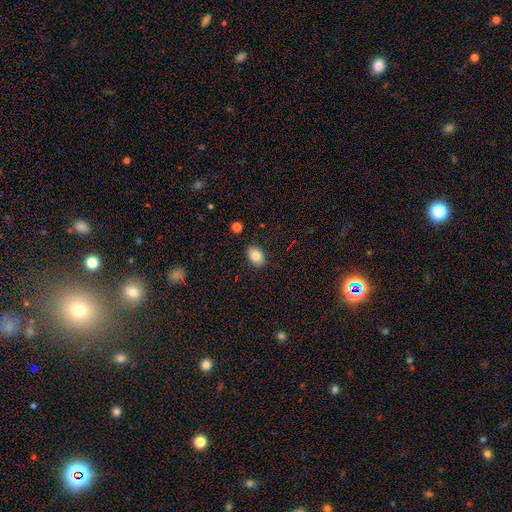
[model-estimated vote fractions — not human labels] Smooth or featured: smooth — 84% (star or artifact — 9%)
How rounded: in between — 81% (round — 18%)
Merging: none — 87% (minor disturbance — 9%)